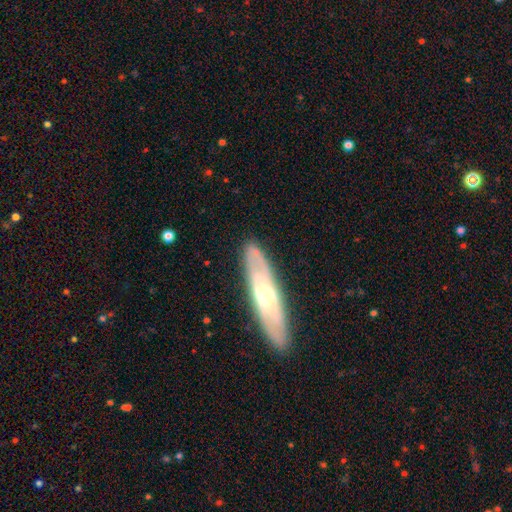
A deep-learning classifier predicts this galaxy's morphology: smooth_or_featured: featured or disk (p=0.57) [alt: smooth p=0.36]
disk_edge_on: no (p=0.52) [alt: yes p=0.48]
merging: none (p=0.80) [alt: minor disturbance p=0.13]